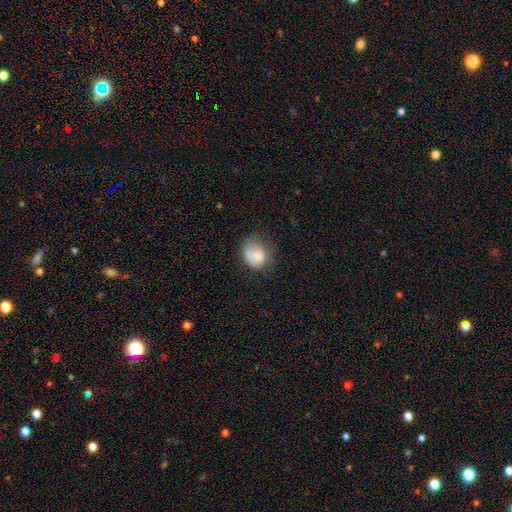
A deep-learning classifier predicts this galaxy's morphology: smooth_or_featured: smooth (p=0.71) [alt: featured or disk p=0.21]
how_rounded: round (p=0.55) [alt: in between p=0.44]
merging: none (p=0.44) [alt: minor disturbance p=0.31]